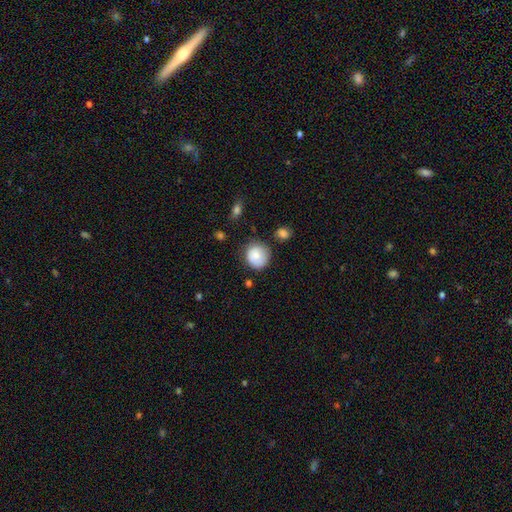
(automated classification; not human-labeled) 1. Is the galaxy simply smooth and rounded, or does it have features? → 80% smooth, 12% featured or disk, 8% star or artifact.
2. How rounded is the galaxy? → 87% round, 12% in between, 1% cigar-shaped.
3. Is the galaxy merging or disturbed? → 71% none, 21% minor disturbance, 5% major disturbance, 3% merger.